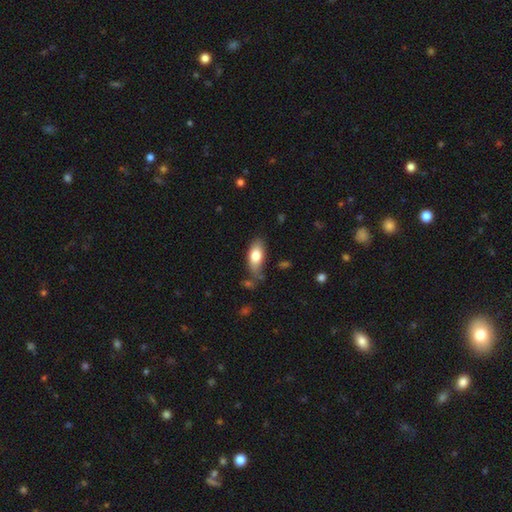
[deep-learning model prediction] smooth_or_featured: smooth (p=0.78) [alt: featured or disk p=0.16]
how_rounded: in between (p=0.84) [alt: cigar-shaped p=0.12]
merging: none (p=0.69) [alt: minor disturbance p=0.21]